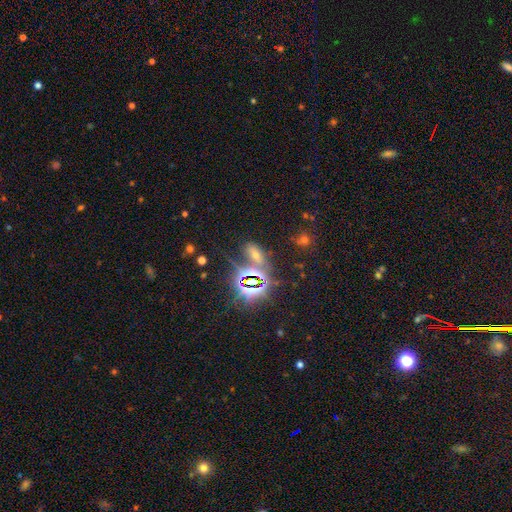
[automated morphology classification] Smooth or featured? Predicted: star or artifact (p=0.61).